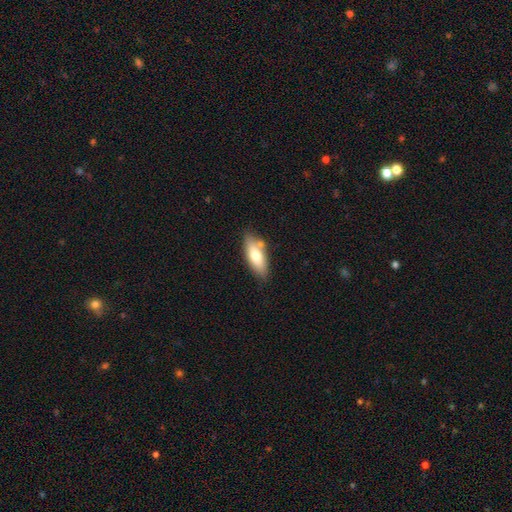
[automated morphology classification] Smooth or featured?
  - smooth: 70% *
  - featured or disk: 24%
  - star or artifact: 6%
How rounded?
  - in between: 71% *
  - cigar-shaped: 27%
  - round: 2%
Merging?
  - none: 72% *
  - minor disturbance: 15%
  - merger: 9%
  - major disturbance: 3%